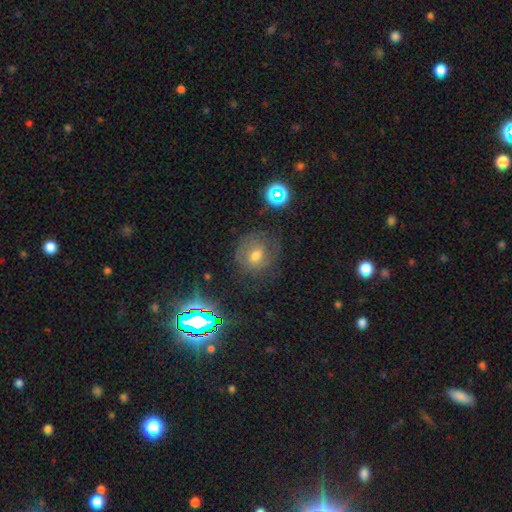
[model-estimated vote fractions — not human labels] This appears to be a smooth galaxy with no disk features (44%). Merging: none (68%).